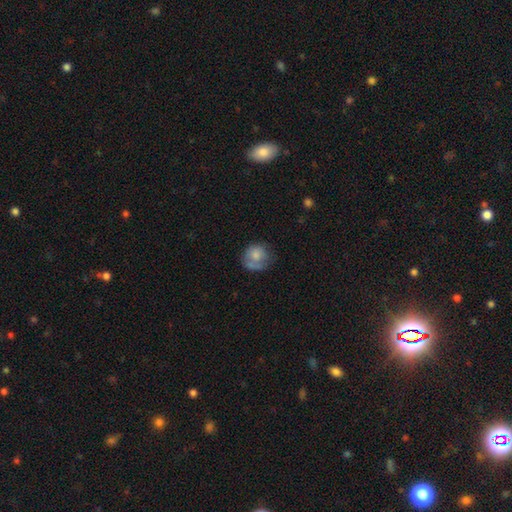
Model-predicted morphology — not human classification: Q: Smooth or featured?
A: smooth (70%); runner-up: featured or disk (22%)
Q: How rounded?
A: round (78%); runner-up: in between (21%)
Q: Merging?
A: none (50%); runner-up: minor disturbance (27%)